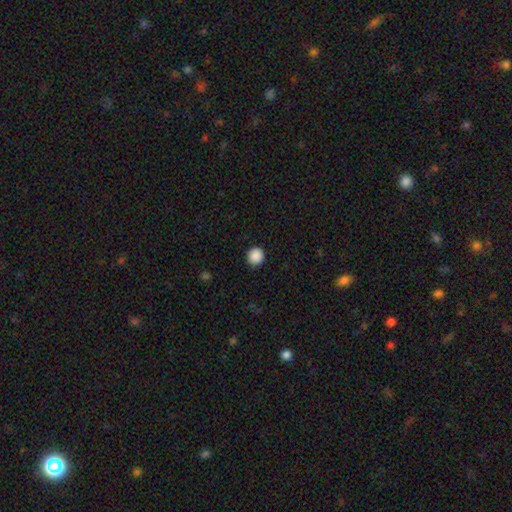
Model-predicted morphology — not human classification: A smooth galaxy with no disk features (89%) that is round (93%).

Vote fractions:
- Smooth or featured? smooth: 89% / star or artifact: 9% / featured or disk: 2%
- How rounded? round: 93% / in between: 6% / cigar-shaped: 1%
- Merging? none: 92% / minor disturbance: 5% / major disturbance: 2% / merger: 1%